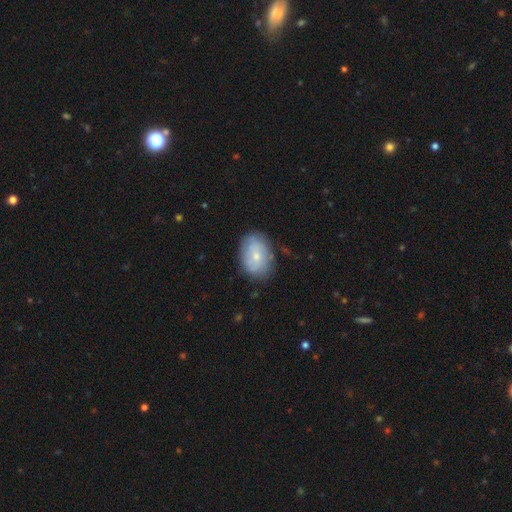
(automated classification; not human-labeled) Smooth or featured? Predicted: smooth (p=0.60). How rounded? Predicted: in between (p=0.77). Merging? Predicted: none (p=0.76).